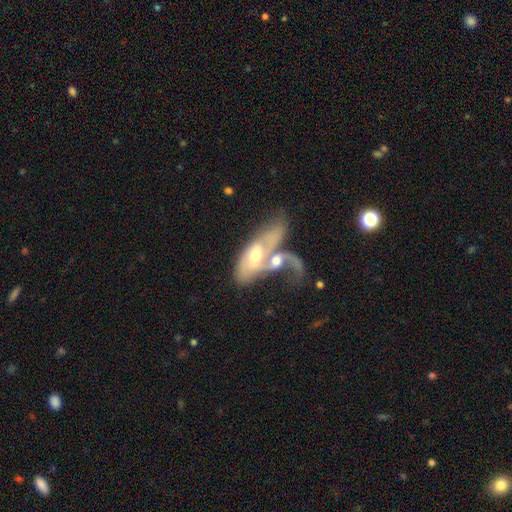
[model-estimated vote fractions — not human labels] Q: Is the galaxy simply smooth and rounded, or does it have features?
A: featured or disk — 62%.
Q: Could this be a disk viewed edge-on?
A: no — 86%.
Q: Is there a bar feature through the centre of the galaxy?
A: no — 62%.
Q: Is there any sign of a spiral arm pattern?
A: yes — 61%.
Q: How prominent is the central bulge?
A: moderate — 66%.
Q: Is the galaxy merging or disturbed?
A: merger — 72%.